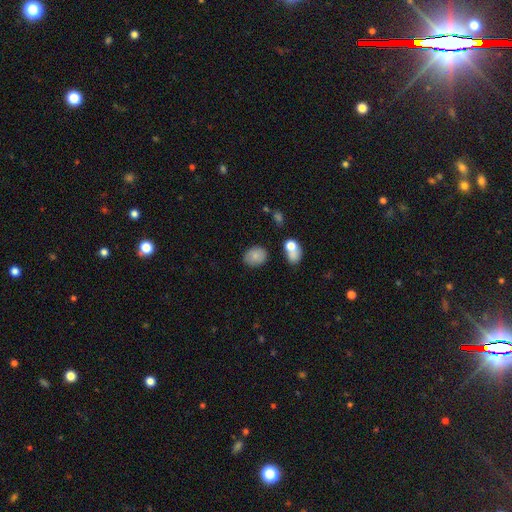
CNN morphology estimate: Smooth or featured? smooth (81%)
How rounded? in between (55%)
Merging? none (75%)